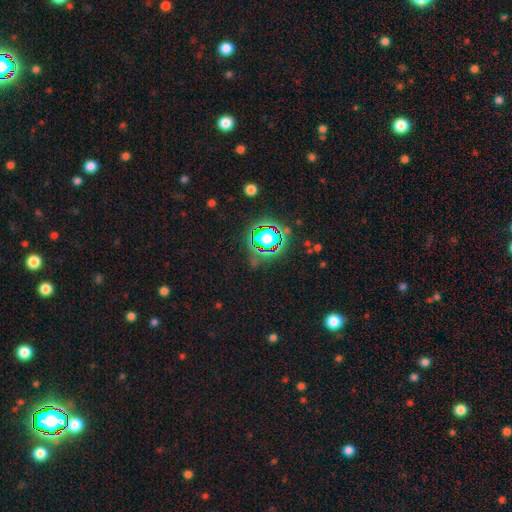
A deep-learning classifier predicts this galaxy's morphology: type=star or artifact (81%).